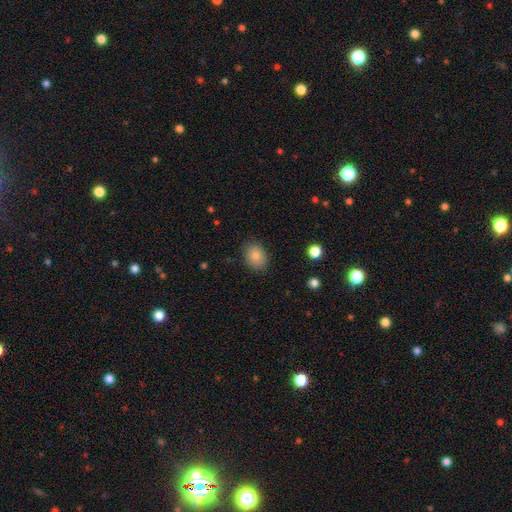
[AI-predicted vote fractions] smooth 85%, star or artifact 9%, featured or disk 7%. Down the decision tree: how rounded — in between (63%); merging — none (85%).